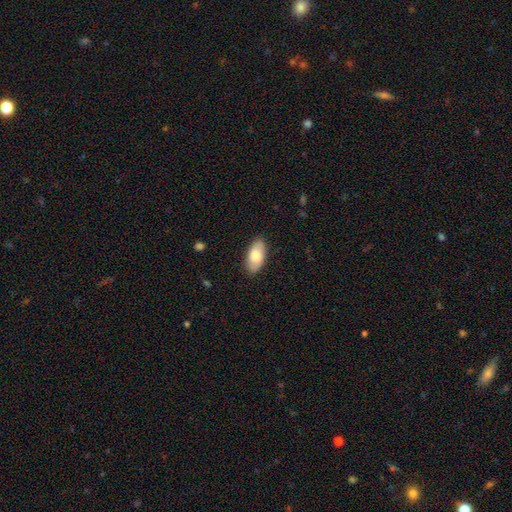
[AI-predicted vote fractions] A smooth galaxy with no disk features (75%) that is in between round and cigar-shaped (92%). Merging: none (86%).